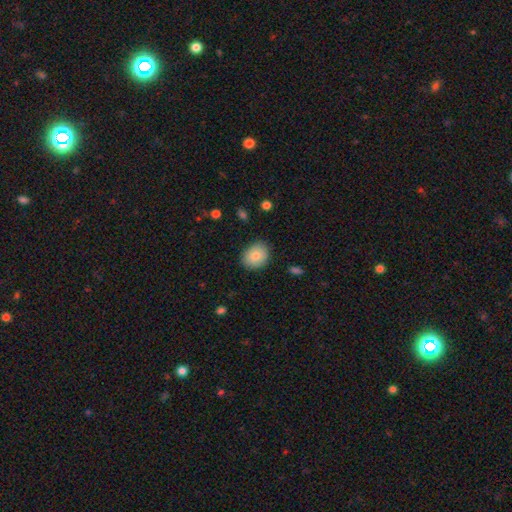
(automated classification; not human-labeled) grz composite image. It shows a smooth galaxy with no disk features (80%) that is round (56%). Merging: none (84%).